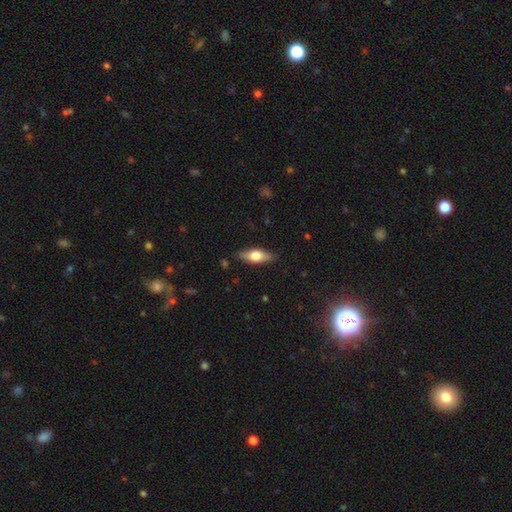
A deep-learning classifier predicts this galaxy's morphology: A smooth galaxy with no disk features (61%) that is in between round and cigar-shaped (70%). Merging: none (85%).